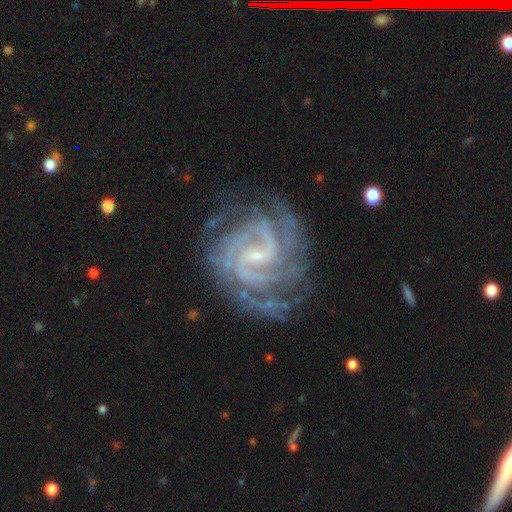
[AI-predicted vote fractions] smooth-or-featured: featured or disk: 93% | star or artifact: 5% | smooth: 3%
  disk-edge-on: no: 98% | yes: 2%
    bar: weak: 52% | no: 26% | strong: 23%
    has-spiral-arms: yes: 99% | no: 1%
      spiral-winding: tight: 58% | medium: 37% | loose: 5%
      spiral-arm-count: 2: 45% | 3: 20% | can't tell: 12% | 4: 10% | more than 4: 6% | 1: 6%
    bulge-size: small: 79% | moderate: 13% | none: 5% | large: 1% | dominant: 1%
  merging: none: 72% | minor disturbance: 18% | major disturbance: 8% | merger: 2%